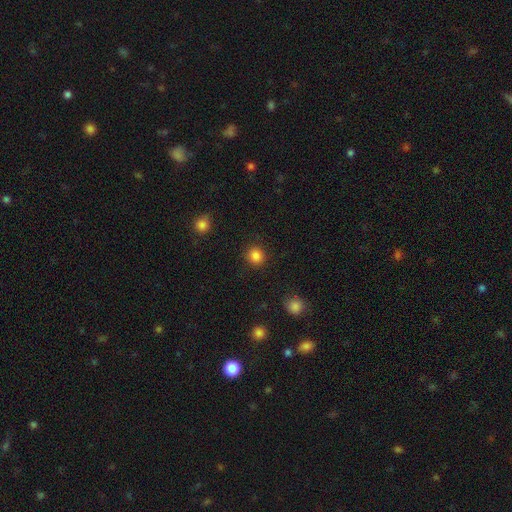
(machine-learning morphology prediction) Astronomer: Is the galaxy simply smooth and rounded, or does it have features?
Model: smooth — 86%.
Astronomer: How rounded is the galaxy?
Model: round — 89%.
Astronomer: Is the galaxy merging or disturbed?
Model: none — 89%.